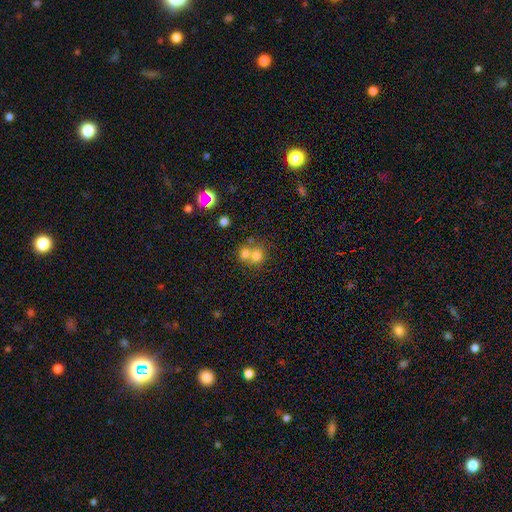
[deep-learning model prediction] smooth-or-featured: smooth: 70% | featured or disk: 16% | star or artifact: 14%
  how-rounded: round: 79% | in between: 21% | cigar-shaped: 1%
  merging: merger: 57% | none: 34% | minor disturbance: 6% | major disturbance: 3%